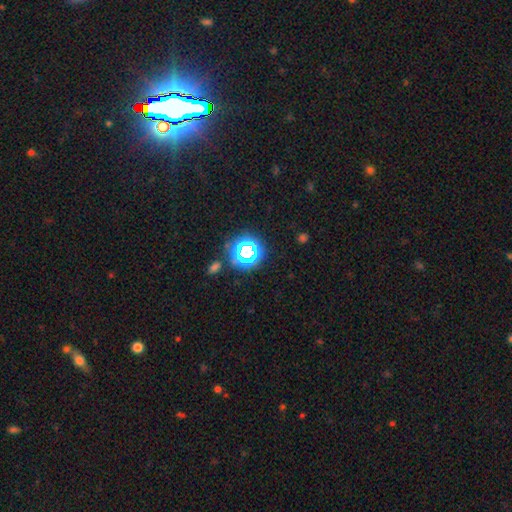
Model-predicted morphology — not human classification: Q: Smooth or featured?
A: star or artifact (65%); runner-up: smooth (25%)